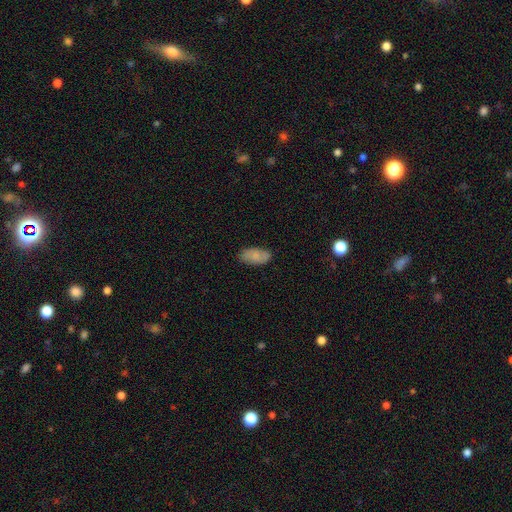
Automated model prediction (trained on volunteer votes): Q: Smooth or featured?
A: smooth (79%); runner-up: featured or disk (14%)
Q: How rounded?
A: in between (93%); runner-up: cigar-shaped (5%)
Q: Merging?
A: none (81%); runner-up: minor disturbance (15%)